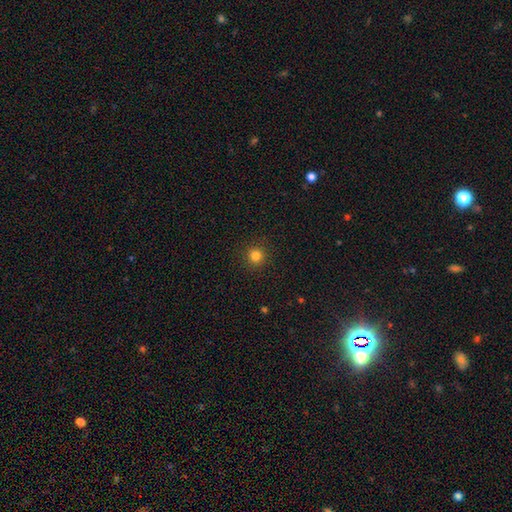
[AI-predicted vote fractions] The model was most divided on "smooth or featured": smooth: 82%, star or artifact: 13%, featured or disk: 5%. More confident: how rounded — round (94%); merging — none (91%).